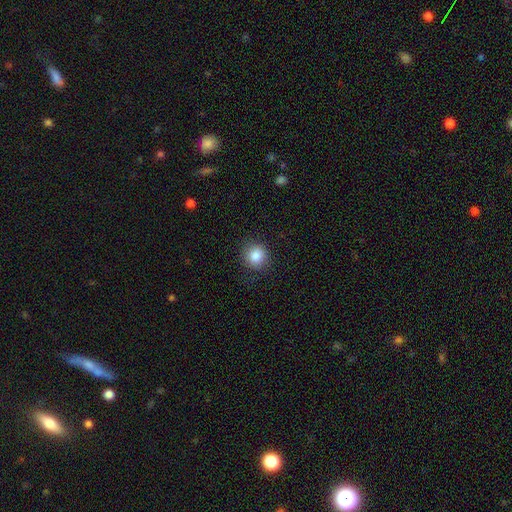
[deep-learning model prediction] Smooth or featured? Predicted: smooth (p=0.85). How rounded? Predicted: round (p=0.88). Merging? Predicted: none (p=0.87).